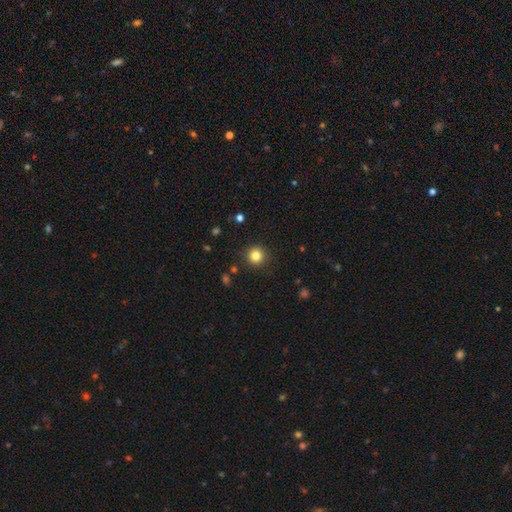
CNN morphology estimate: Overall: smooth (83%). How rounded: round (95%). Merging: none (90%).